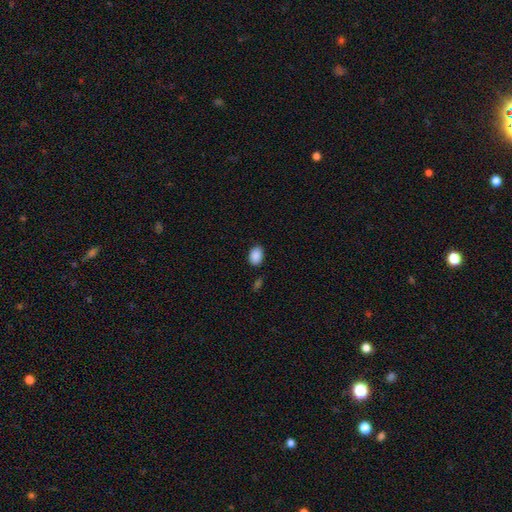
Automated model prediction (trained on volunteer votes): Morphology: type=smooth (90%); roundness=in between (82%); merging=none (83%).